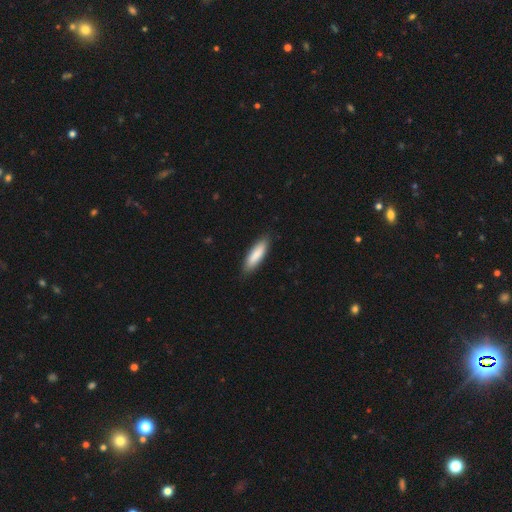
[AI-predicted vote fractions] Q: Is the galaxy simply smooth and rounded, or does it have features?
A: smooth — 85%.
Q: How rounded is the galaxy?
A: cigar-shaped — 61%.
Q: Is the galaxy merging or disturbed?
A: none — 87%.